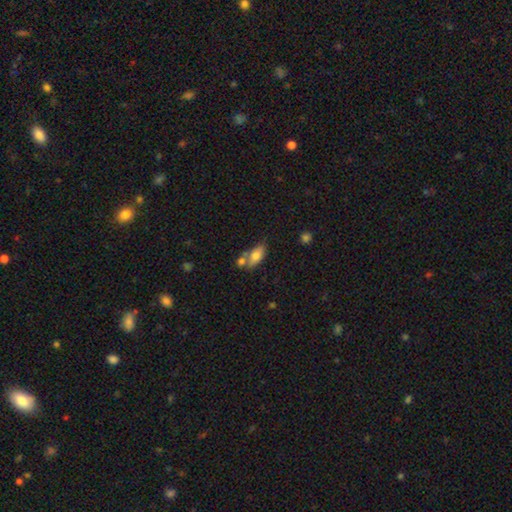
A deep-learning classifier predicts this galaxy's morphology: Smooth or featured? smooth (72%)
How rounded? in between (85%)
Merging? none (46%)